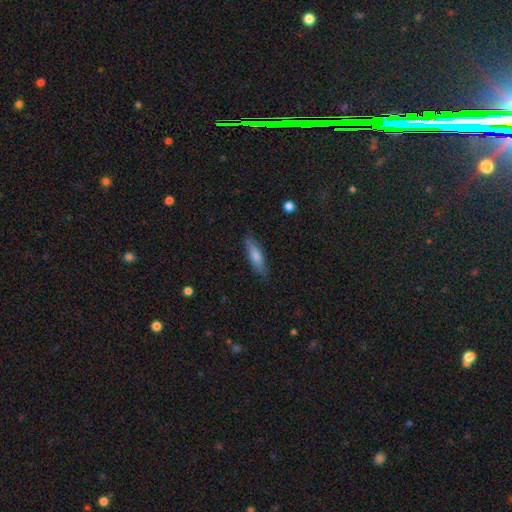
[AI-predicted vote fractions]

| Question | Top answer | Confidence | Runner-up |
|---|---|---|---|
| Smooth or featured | smooth | 66% | featured or disk (27%) |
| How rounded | cigar-shaped | 71% | in between (27%) |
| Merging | none | 86% | minor disturbance (11%) |